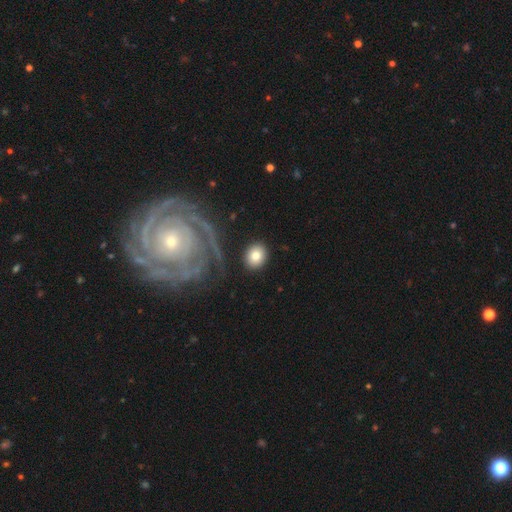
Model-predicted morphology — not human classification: Smooth or featured?
  - smooth: 78% *
  - featured or disk: 14%
  - star or artifact: 8%
How rounded?
  - round: 67% *
  - in between: 32%
  - cigar-shaped: 1%
Merging?
  - none: 86% *
  - minor disturbance: 8%
  - major disturbance: 3%
  - merger: 3%